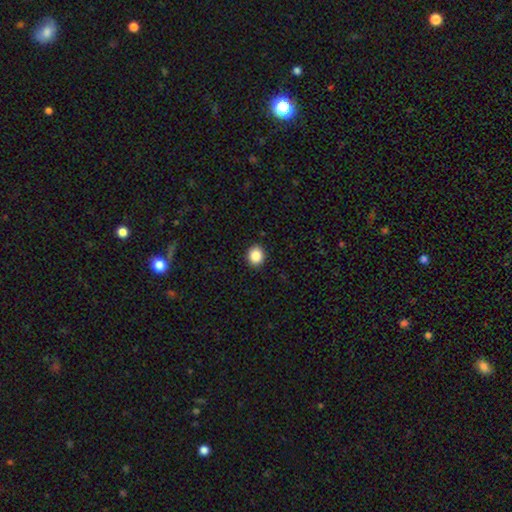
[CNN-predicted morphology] This appears to be a smooth galaxy with no disk features (87%) that is round (80%). Merging: none (92%).